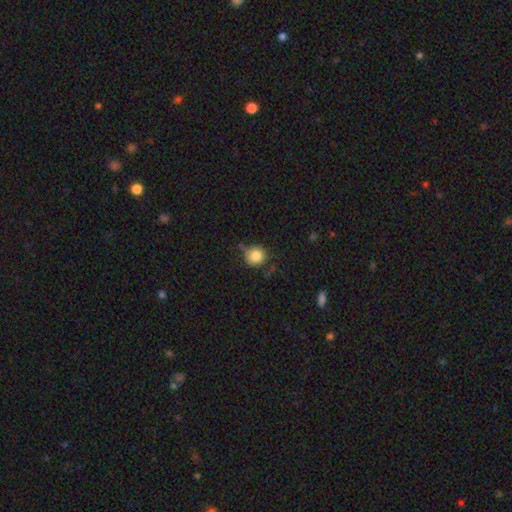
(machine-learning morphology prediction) Overall: smooth (83%). How rounded: round (89%). Merging: none (61%; minor disturbance 25%).